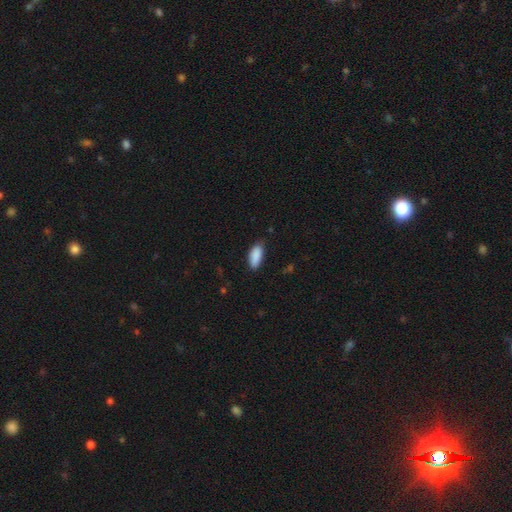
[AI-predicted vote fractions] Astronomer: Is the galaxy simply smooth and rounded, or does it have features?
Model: smooth — 90%.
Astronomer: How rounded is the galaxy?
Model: in between — 86%.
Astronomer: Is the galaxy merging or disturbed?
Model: none — 79%.